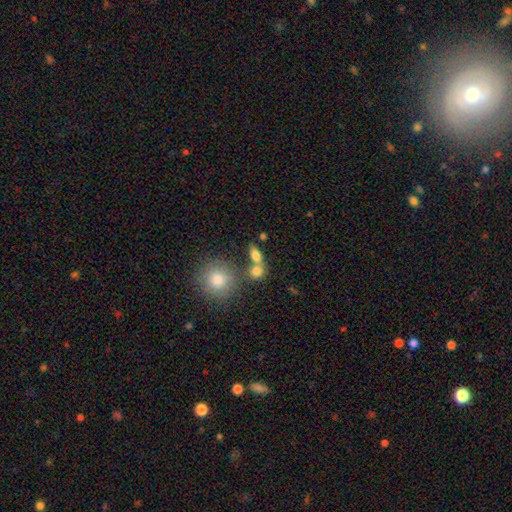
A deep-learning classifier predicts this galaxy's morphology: smooth_or_featured: smooth (p=0.73) [alt: featured or disk p=0.17]
how_rounded: in between (p=0.62) [alt: round p=0.27]
merging: none (p=0.46) [alt: merger p=0.38]